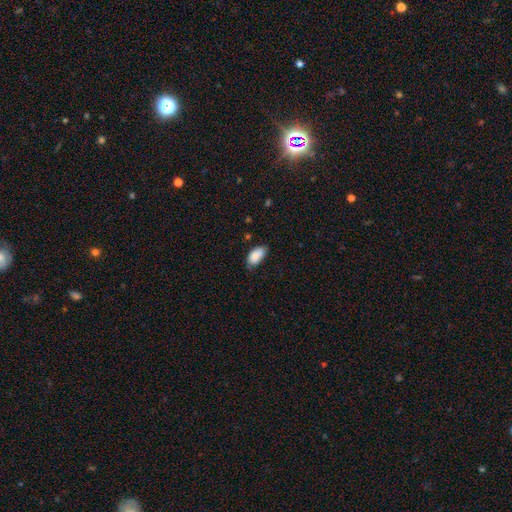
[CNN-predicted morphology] This is clearly a smooth galaxy (87%). How rounded: clearly in between (94%). Merging: possibly none (58%).